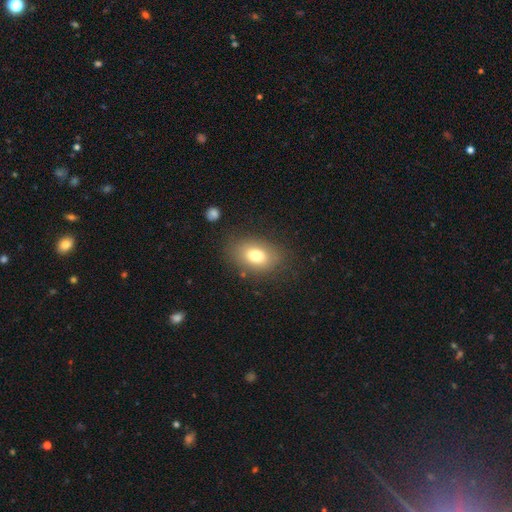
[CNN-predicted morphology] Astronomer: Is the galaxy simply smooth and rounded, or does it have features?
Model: smooth — 76%.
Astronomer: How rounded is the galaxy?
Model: in between — 80%.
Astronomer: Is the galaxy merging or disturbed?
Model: none — 79%.